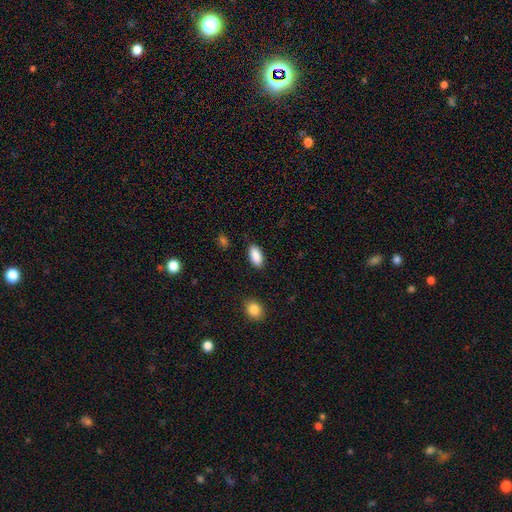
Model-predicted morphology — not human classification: A smooth galaxy with no disk features (89%) that is in between round and cigar-shaped (92%). Merging: none (88%).